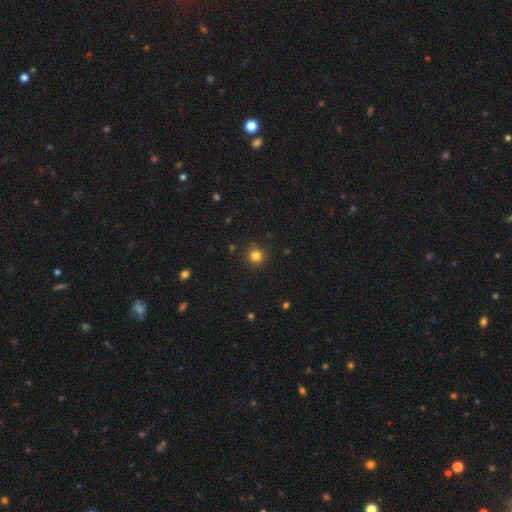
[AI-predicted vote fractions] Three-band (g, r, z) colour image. It shows a smooth galaxy with no disk features (82%) that is round (95%). Merging: none (91%).